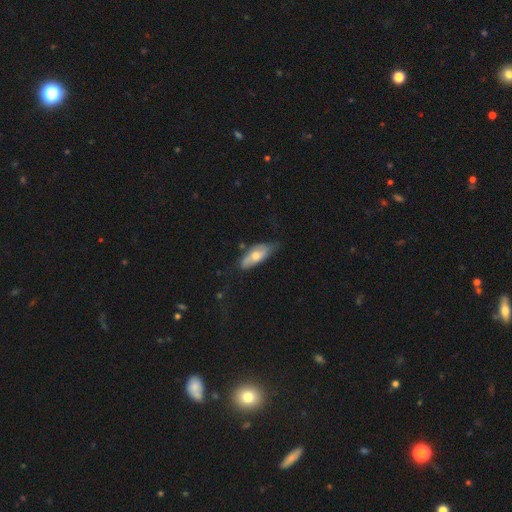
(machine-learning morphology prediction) Smooth or featured: smooth — 54% (featured or disk — 40%)
How rounded: in between — 77% (cigar-shaped — 21%)
Merging: none — 57% (minor disturbance — 33%)